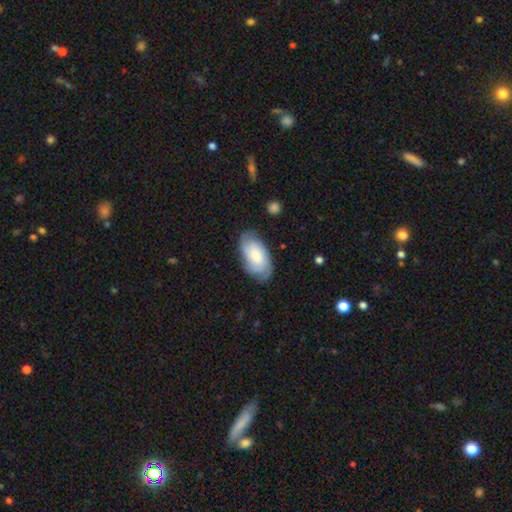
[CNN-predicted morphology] Q: Smooth or featured?
A: smooth (55%); runner-up: featured or disk (38%)
Q: How rounded?
A: in between (94%); runner-up: round (4%)
Q: Merging?
A: none (72%); runner-up: minor disturbance (21%)